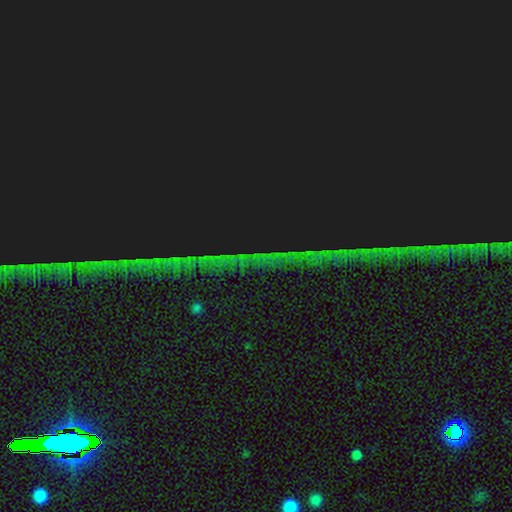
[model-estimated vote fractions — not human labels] star or artifact 84%, smooth 8%, featured or disk 8%.